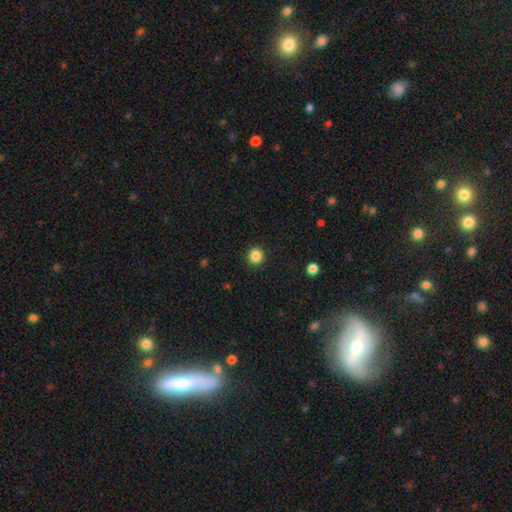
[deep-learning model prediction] smooth 86%, star or artifact 11%, featured or disk 3%. Down the decision tree: how rounded — round (94%); merging — none (92%).